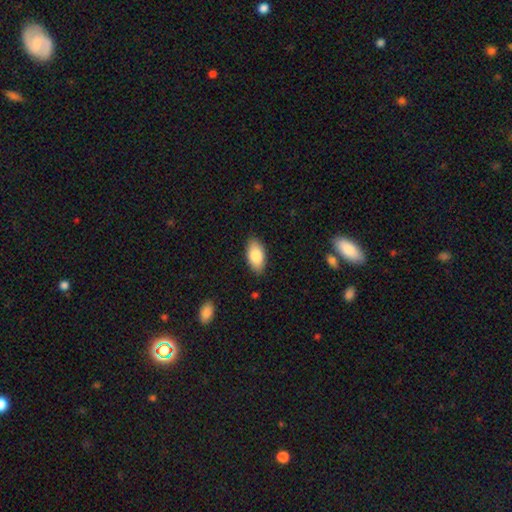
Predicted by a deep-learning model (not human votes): Overall: smooth (82%). How rounded: in between (93%). Merging: none (86%).